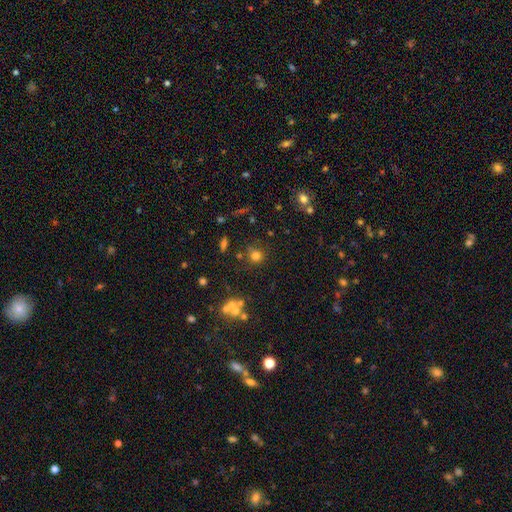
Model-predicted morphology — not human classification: Overall: smooth (71%). How rounded: round (87%). Merging: none (71%).